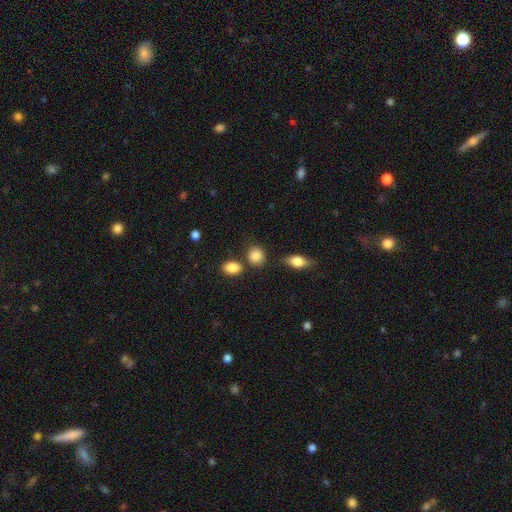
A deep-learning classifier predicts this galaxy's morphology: type=smooth (86%); roundness=round (67%); merging=none (73%).